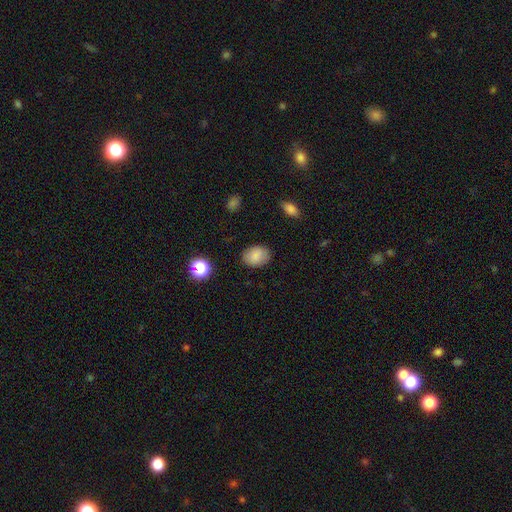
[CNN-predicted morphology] Overall: smooth (84%). How rounded: in between (70%). Merging: none (84%).